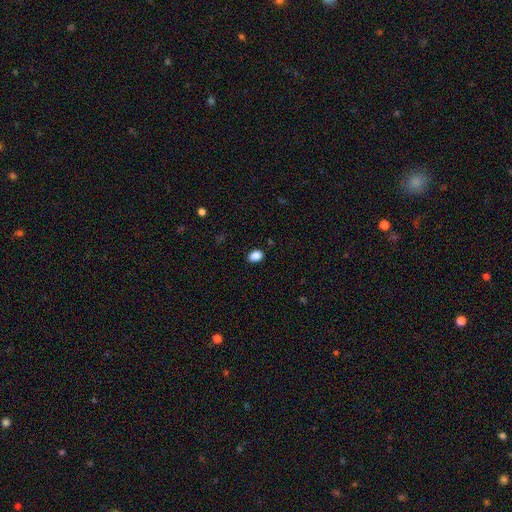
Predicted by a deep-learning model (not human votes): Smooth or featured? Predicted: smooth (p=0.88). How rounded? Predicted: in between (p=0.79). Merging? Predicted: none (p=0.87).